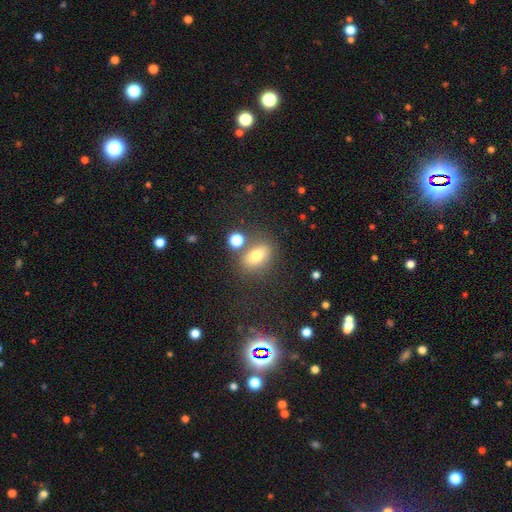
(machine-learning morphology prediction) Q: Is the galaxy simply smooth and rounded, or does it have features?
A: smooth — 71%.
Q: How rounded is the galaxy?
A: in between — 74%.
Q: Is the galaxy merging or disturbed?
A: none — 69%.